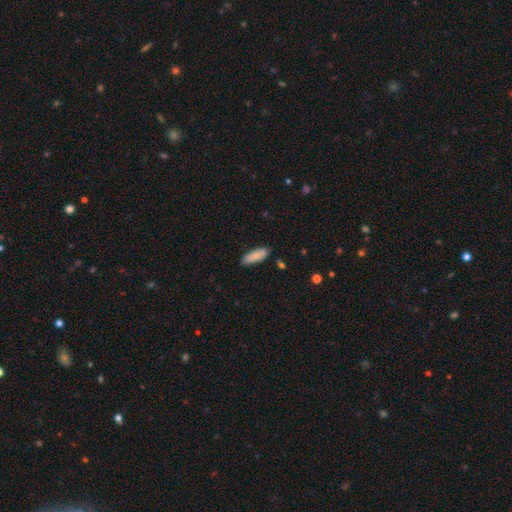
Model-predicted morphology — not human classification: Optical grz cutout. It shows a smooth galaxy with no disk features (81%) that is in between round and cigar-shaped (65%). Merging: none (83%).